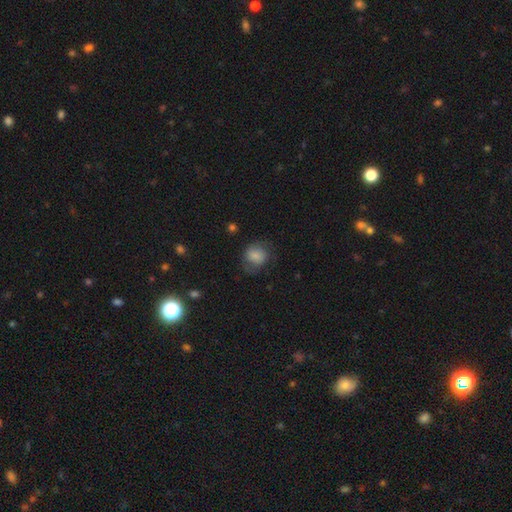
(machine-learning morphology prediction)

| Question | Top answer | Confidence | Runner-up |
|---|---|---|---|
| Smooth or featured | smooth | 74% | featured or disk (17%) |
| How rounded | round | 64% | in between (35%) |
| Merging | none | 60% | minor disturbance (23%) |